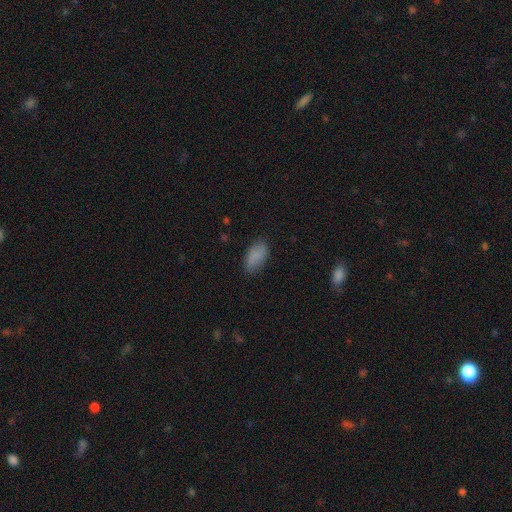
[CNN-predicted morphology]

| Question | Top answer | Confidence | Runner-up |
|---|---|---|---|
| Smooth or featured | smooth | 83% | star or artifact (9%) |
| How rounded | in between | 93% | round (4%) |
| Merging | none | 75% | minor disturbance (19%) |